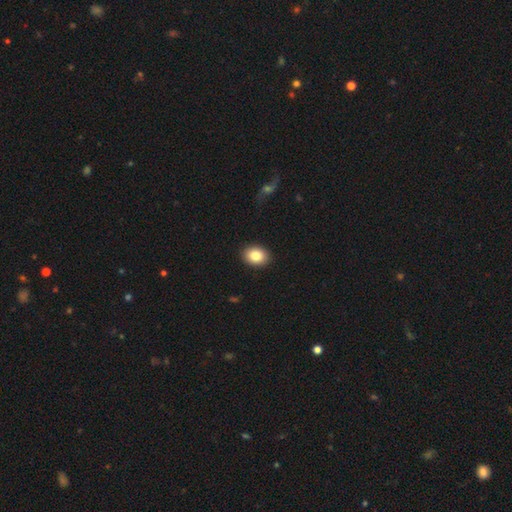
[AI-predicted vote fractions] smooth_or_featured: smooth (p=0.84) [alt: star or artifact p=0.08]
how_rounded: in between (p=0.65) [alt: round p=0.34]
merging: none (p=0.90) [alt: minor disturbance p=0.07]